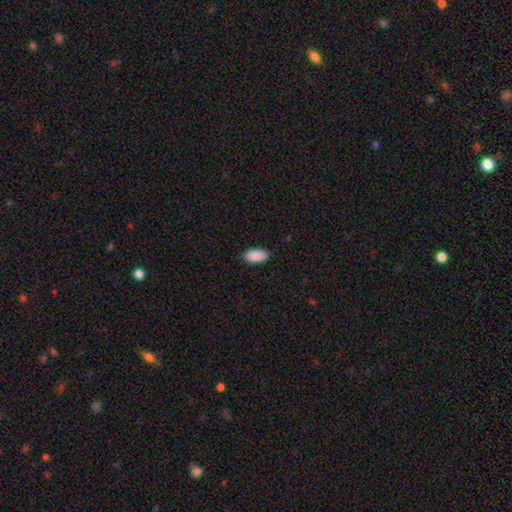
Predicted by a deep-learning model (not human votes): Smooth or featured? smooth (91%)
How rounded? in between (94%)
Merging? none (90%)